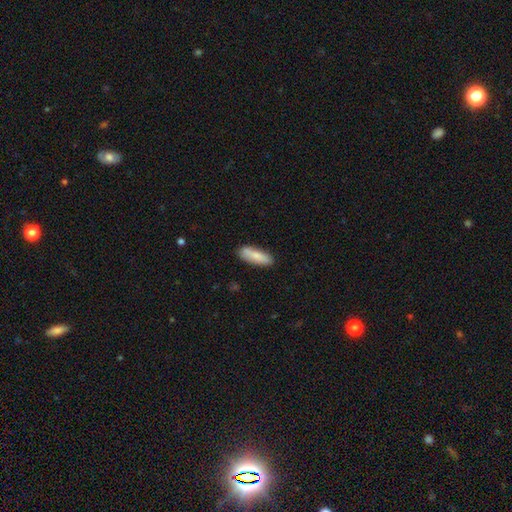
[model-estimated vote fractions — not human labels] Smooth or featured: smooth — 80% (featured or disk — 14%)
How rounded: in between — 50% (cigar-shaped — 48%)
Merging: none — 82% (minor disturbance — 14%)